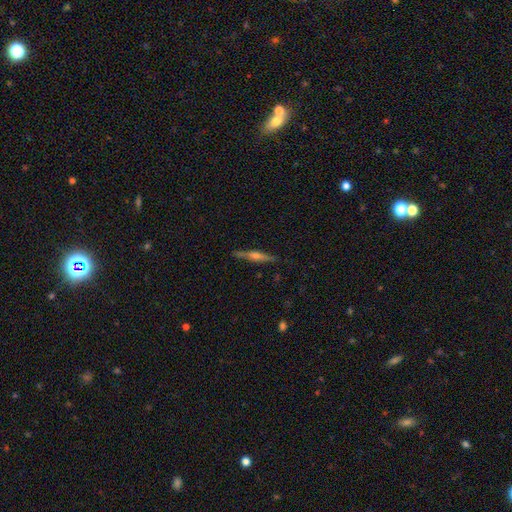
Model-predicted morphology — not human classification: Overall: featured or disk (73%). Edge-on disk: yes (98%). Edge-on bulge: rounded (76%). Merging: none (87%).